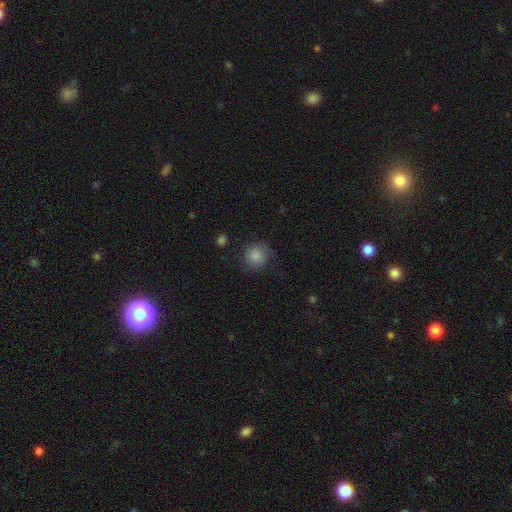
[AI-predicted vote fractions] smooth-or-featured: smooth: 86% | star or artifact: 10% | featured or disk: 5%
  how-rounded: round: 90% | in between: 9% | cigar-shaped: 1%
  merging: none: 80% | minor disturbance: 14% | major disturbance: 5% | merger: 1%